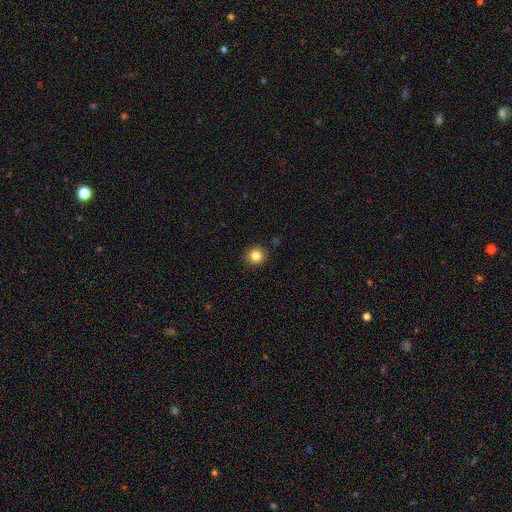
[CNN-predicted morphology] This appears to be a smooth galaxy with no disk features (84%) that is round (92%). Merging: none (91%).